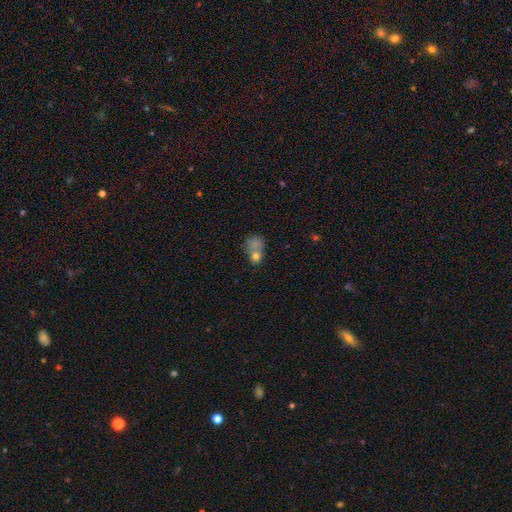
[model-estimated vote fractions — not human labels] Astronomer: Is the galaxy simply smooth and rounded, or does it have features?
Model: smooth — 69%.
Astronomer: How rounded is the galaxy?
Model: in between — 52% (runner-up: round, 46%).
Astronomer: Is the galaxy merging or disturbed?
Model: merger — 42% (runner-up: none, 26%).